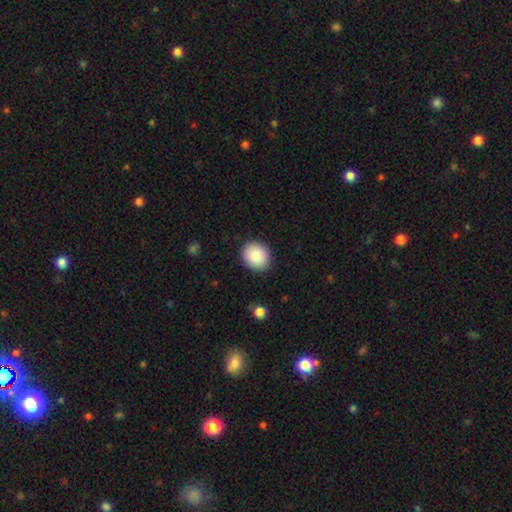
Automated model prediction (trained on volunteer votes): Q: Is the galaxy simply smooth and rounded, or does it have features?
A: smooth — 83%.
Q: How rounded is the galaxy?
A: round — 68%.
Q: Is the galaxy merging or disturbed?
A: none — 89%.